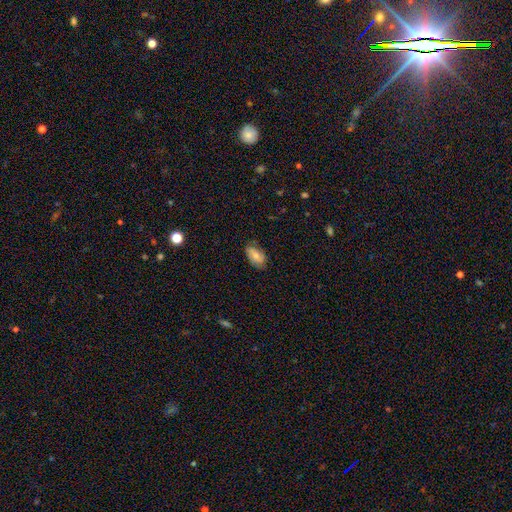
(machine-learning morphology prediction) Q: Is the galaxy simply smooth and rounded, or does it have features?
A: smooth — 67%.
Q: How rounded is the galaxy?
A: in between — 92%.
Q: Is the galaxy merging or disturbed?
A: none — 74%.